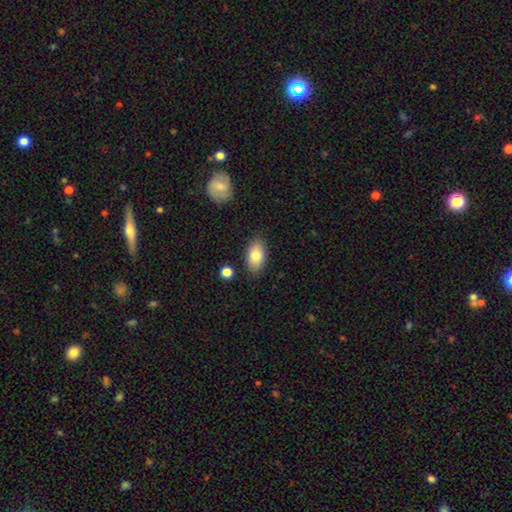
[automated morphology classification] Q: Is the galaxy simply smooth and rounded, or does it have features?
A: smooth — 80%.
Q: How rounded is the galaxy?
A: in between — 92%.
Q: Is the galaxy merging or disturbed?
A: none — 85%.